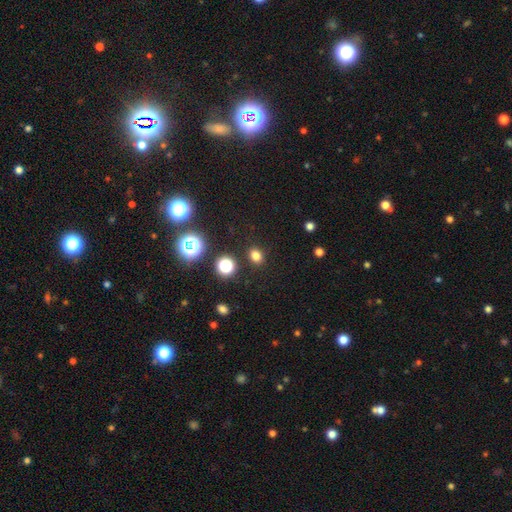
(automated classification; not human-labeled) smooth-or-featured: smooth: 77% | star or artifact: 18% | featured or disk: 5%
  how-rounded: round: 56% | in between: 43% | cigar-shaped: 1%
  merging: none: 88% | minor disturbance: 7% | major disturbance: 3% | merger: 2%